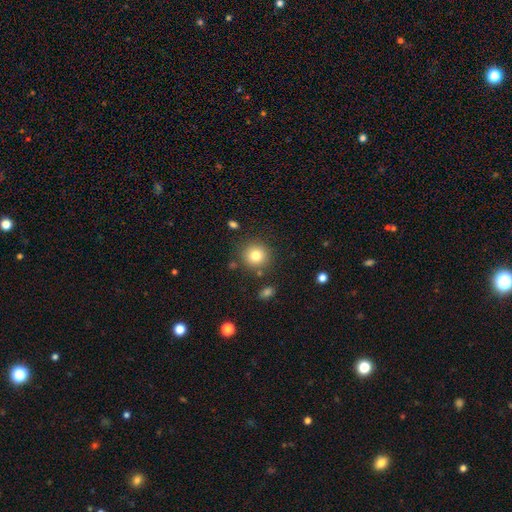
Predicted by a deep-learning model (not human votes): The model was most divided on "smooth or featured": smooth: 80%, star or artifact: 12%, featured or disk: 9%. More confident: how rounded — round (92%); merging — none (85%).